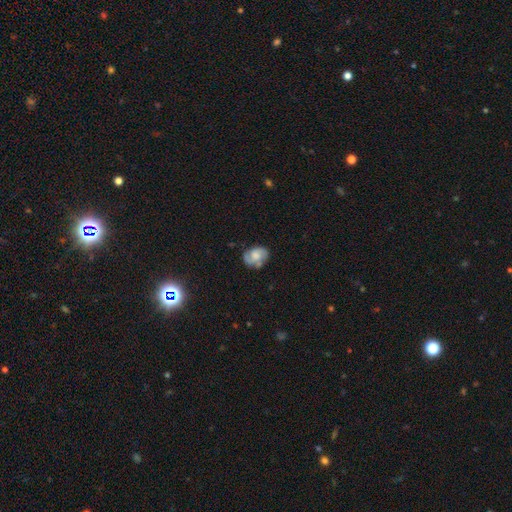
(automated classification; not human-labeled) Smooth or featured? featured or disk (59%)
Edge-on disk? no (97%)
Bar? no (67%)
Spiral arms? yes (87%)
Spiral winding? medium (43%)
Spiral arm count? 2 (64%)
Bulge size? moderate (33%)
Merging? none (68%)